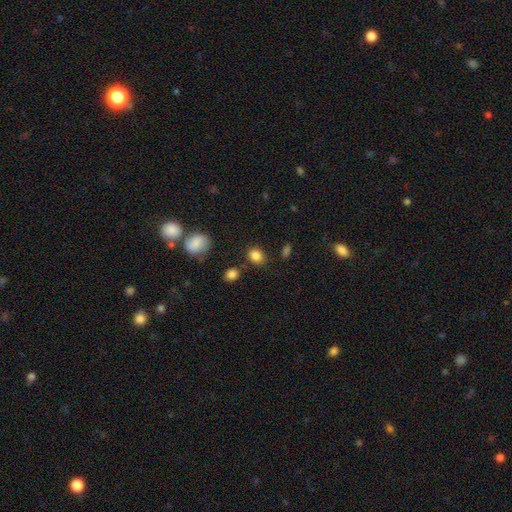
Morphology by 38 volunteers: Smooth or featured?
  - smooth: 87% *
  - star or artifact: 11%
  - featured or disk: 3%
How rounded?
  - in between: 67% *
  - round: 33%
  - cigar-shaped: 0%
Merging?
  - none: 71% *
  - merger: 15%
  - minor disturbance: 9%
  - major disturbance: 6%